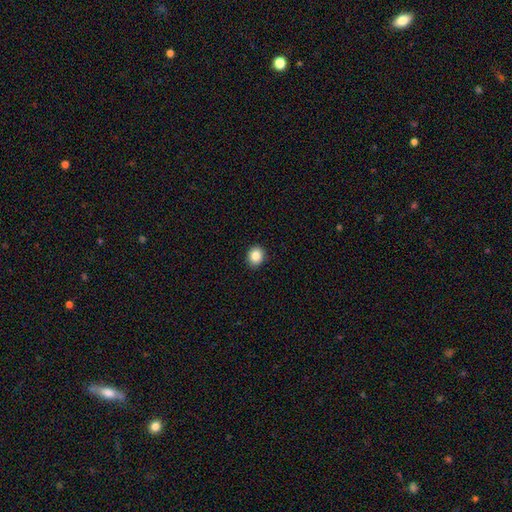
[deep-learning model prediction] Q: Smooth or featured?
A: smooth (86%); runner-up: star or artifact (9%)
Q: How rounded?
A: round (74%); runner-up: in between (26%)
Q: Merging?
A: none (92%); runner-up: minor disturbance (6%)